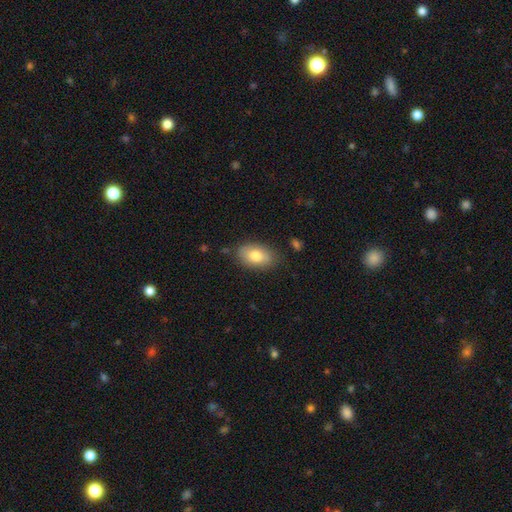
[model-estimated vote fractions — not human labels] This appears to be a smooth galaxy with no disk features (79%) that is in between round and cigar-shaped (91%). Merging: none (80%).